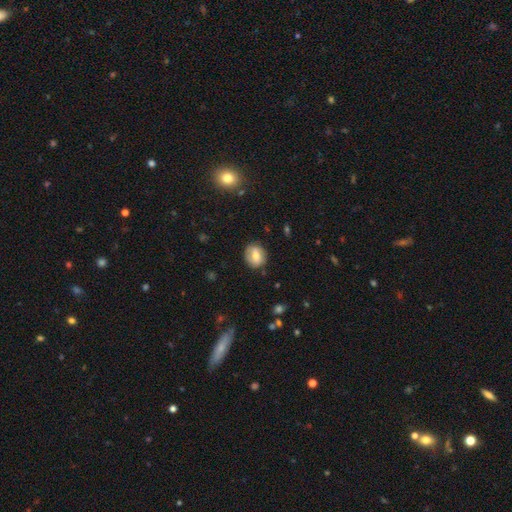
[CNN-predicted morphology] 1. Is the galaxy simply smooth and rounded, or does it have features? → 62% smooth, 29% featured or disk, 9% star or artifact.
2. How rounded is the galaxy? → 65% round, 33% in between, 1% cigar-shaped.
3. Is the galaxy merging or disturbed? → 80% none, 15% minor disturbance, 4% major disturbance, 2% merger.